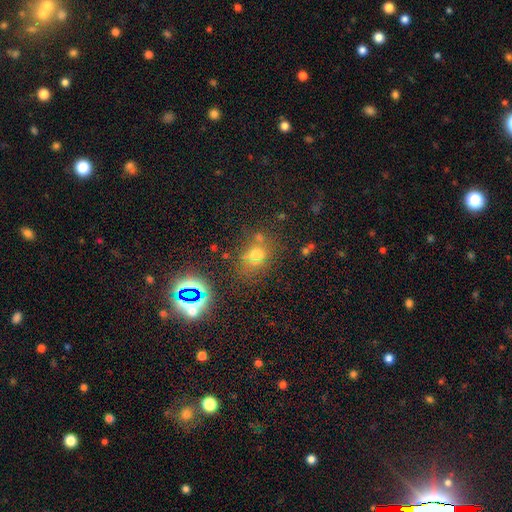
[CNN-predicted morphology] A smooth galaxy with no disk features (60%) that is round (59%).

Vote fractions:
- Smooth or featured? smooth: 60% / star or artifact: 28% / featured or disk: 12%
- How rounded? round: 59% / in between: 40% / cigar-shaped: 2%
- Merging? none: 63% / minor disturbance: 16% / merger: 14% / major disturbance: 8%